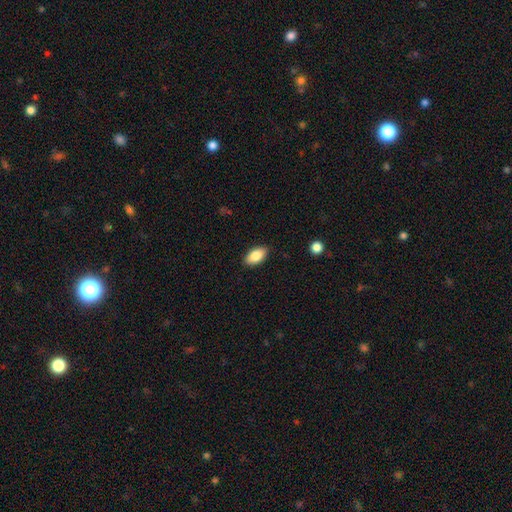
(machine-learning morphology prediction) A smooth galaxy with no disk features (85%) that is in between round and cigar-shaped (93%).

Vote fractions:
- Smooth or featured? smooth: 85% / featured or disk: 8% / star or artifact: 7%
- How rounded? in between: 93% / round: 4% / cigar-shaped: 3%
- Merging? none: 88% / minor disturbance: 9% / major disturbance: 2% / merger: 1%